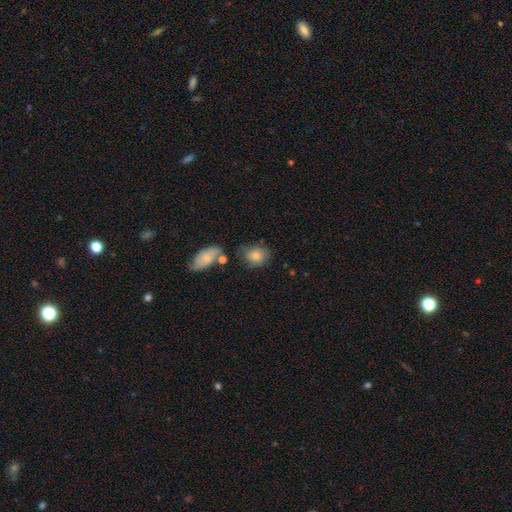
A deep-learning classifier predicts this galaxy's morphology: Smooth or featured? smooth (76%)
How rounded? in between (49%, tied with round)
Merging? none (59%)